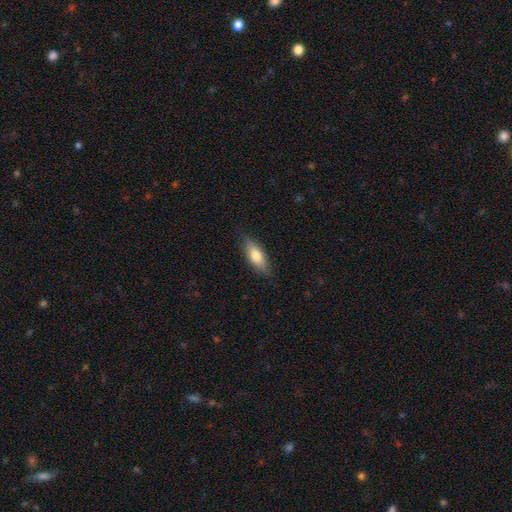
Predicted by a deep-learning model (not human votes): A smooth galaxy with no disk features (73%) that is in between round and cigar-shaped (68%).

Vote fractions:
- Smooth or featured? smooth: 73% / featured or disk: 21% / star or artifact: 6%
- How rounded? in between: 68% / cigar-shaped: 30% / round: 3%
- Merging? none: 84% / minor disturbance: 12% / major disturbance: 2% / merger: 1%